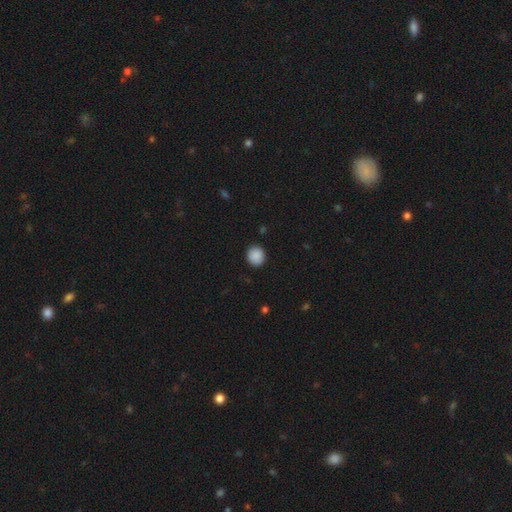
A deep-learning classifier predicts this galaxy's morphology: Overall: smooth (89%). How rounded: round (88%). Merging: none (90%).